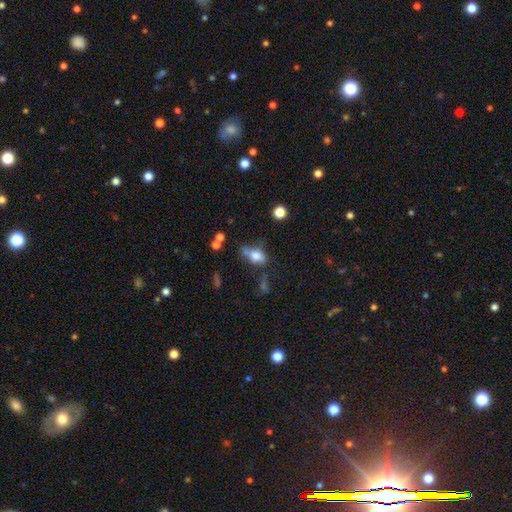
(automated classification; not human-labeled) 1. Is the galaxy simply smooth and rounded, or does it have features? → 71% smooth, 17% featured or disk, 12% star or artifact.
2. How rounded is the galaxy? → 75% in between, 20% round, 5% cigar-shaped.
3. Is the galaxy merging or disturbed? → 38% none, 24% minor disturbance, 22% merger, 16% major disturbance.